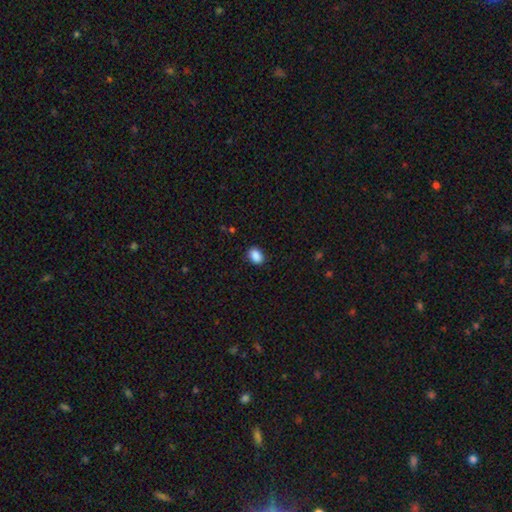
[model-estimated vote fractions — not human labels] Smooth or featured: smooth — 89% (star or artifact — 8%)
How rounded: in between — 81% (round — 18%)
Merging: none — 88% (minor disturbance — 9%)